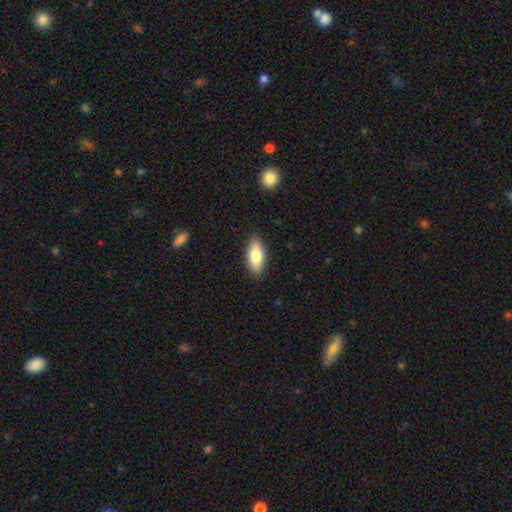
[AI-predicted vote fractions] A smooth galaxy with no disk features (77%) that is in between round and cigar-shaped (83%).

Vote fractions:
- Smooth or featured? smooth: 77% / featured or disk: 17% / star or artifact: 6%
- How rounded? in between: 83% / cigar-shaped: 15% / round: 2%
- Merging? none: 88% / minor disturbance: 9% / major disturbance: 2% / merger: 1%